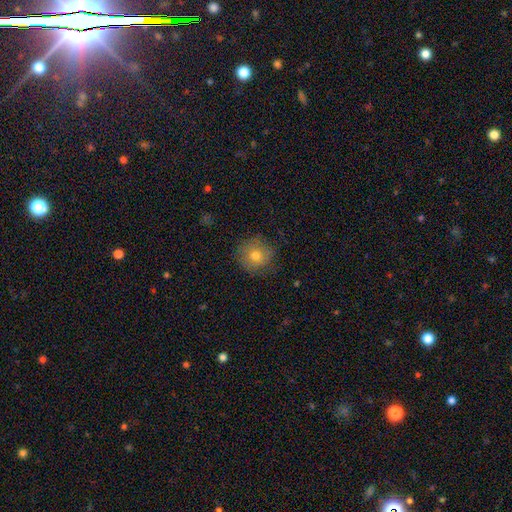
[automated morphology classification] smooth-or-featured: smooth: 74% | featured or disk: 16% | star or artifact: 11%
  how-rounded: round: 91% | in between: 8% | cigar-shaped: 1%
  merging: none: 83% | minor disturbance: 13% | major disturbance: 4% | merger: 1%